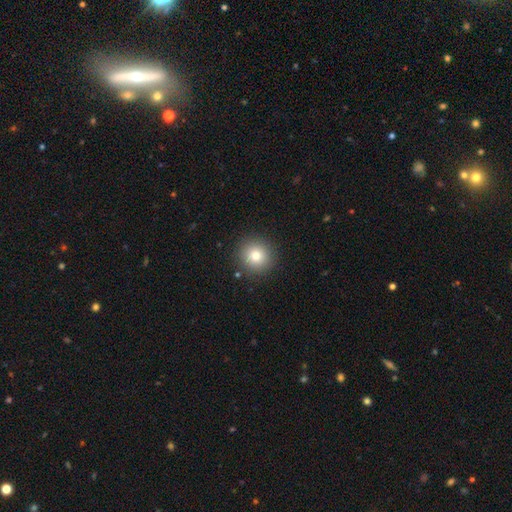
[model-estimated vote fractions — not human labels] A smooth galaxy with no disk features (81%) that is round (93%).

Vote fractions:
- Smooth or featured? smooth: 81% / star or artifact: 11% / featured or disk: 8%
- How rounded? round: 93% / in between: 6% / cigar-shaped: 1%
- Merging? none: 90% / minor disturbance: 6% / major disturbance: 2% / merger: 2%